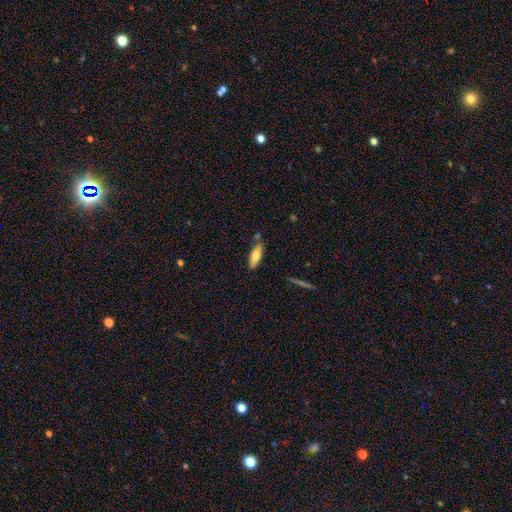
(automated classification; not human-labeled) A smooth galaxy with no disk features (70%) that is in between round and cigar-shaped (57%).

Vote fractions:
- Smooth or featured? smooth: 70% / featured or disk: 24% / star or artifact: 6%
- How rounded? in between: 57% / cigar-shaped: 41% / round: 2%
- Merging? none: 73% / minor disturbance: 16% / merger: 8% / major disturbance: 3%